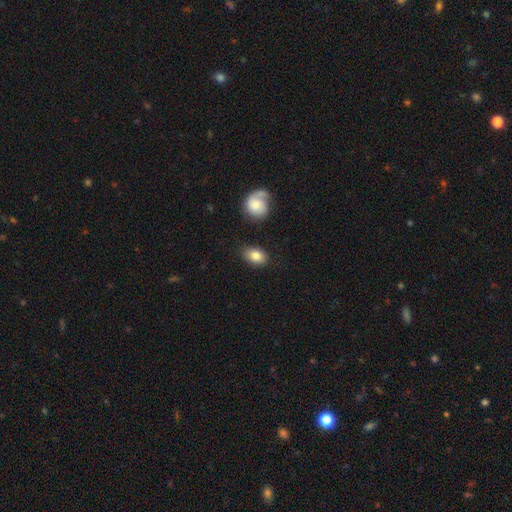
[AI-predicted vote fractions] Q: Smooth or featured?
A: smooth (83%); runner-up: featured or disk (10%)
Q: How rounded?
A: in between (82%); runner-up: round (17%)
Q: Merging?
A: none (82%); runner-up: minor disturbance (11%)